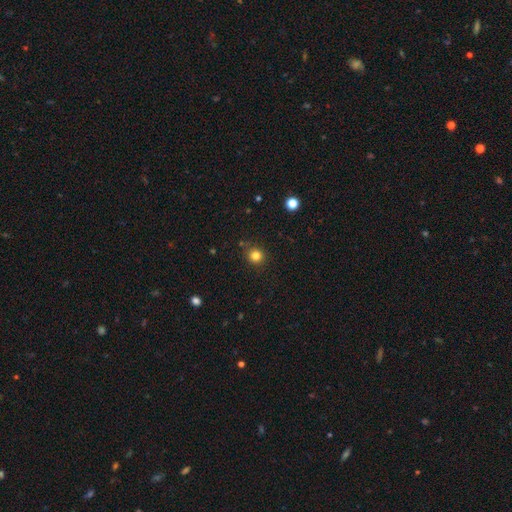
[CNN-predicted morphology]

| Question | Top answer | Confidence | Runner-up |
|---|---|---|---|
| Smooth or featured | smooth | 82% | star or artifact (13%) |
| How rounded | round | 91% | in between (8%) |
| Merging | none | 86% | minor disturbance (9%) |